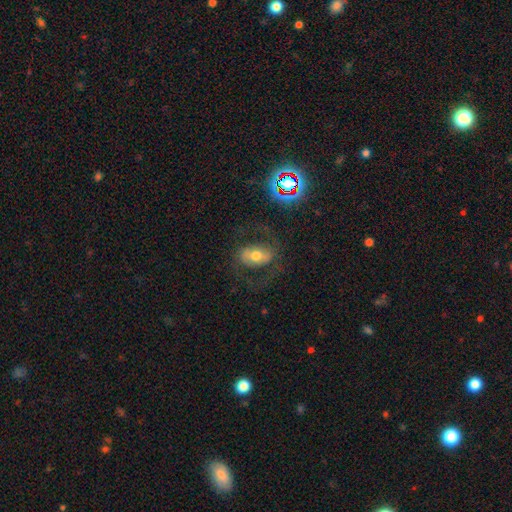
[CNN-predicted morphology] smooth-or-featured: featured or disk: 56% | smooth: 33% | star or artifact: 11%
  disk-edge-on: no: 92% | yes: 8%
    bar: strong: 37% | no: 31% | weak: 31%
    has-spiral-arms: yes: 61% | no: 39%
    bulge-size: moderate: 69% | small: 16% | large: 12% | dominant: 2% | none: 1%
  merging: none: 67% | major disturbance: 17% | minor disturbance: 14% | merger: 2%